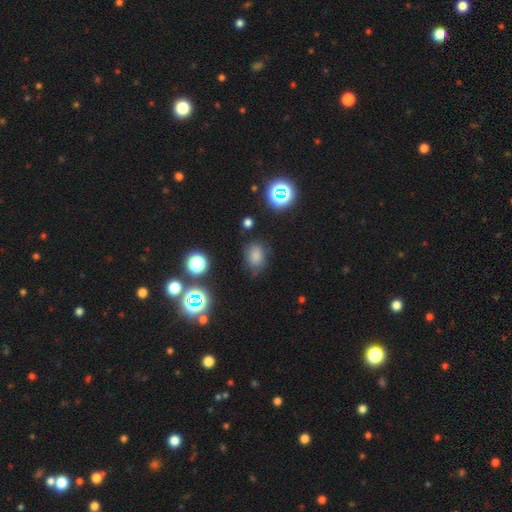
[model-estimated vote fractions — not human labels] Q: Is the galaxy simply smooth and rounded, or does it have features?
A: smooth — 76%.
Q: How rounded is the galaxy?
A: in between — 70%.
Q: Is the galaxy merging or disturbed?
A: none — 74%.